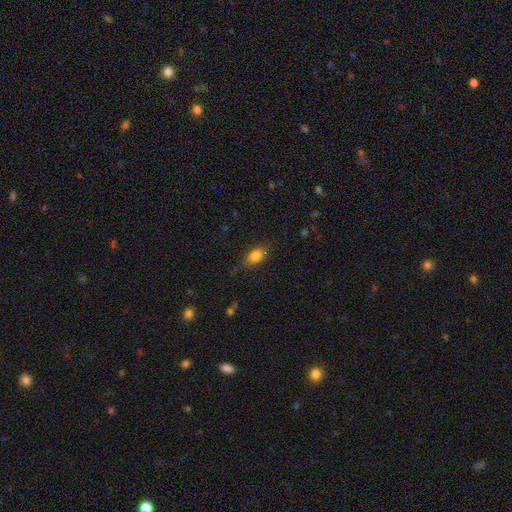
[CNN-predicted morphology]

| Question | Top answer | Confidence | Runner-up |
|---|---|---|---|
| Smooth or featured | smooth | 82% | star or artifact (10%) |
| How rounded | in between | 79% | round (16%) |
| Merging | none | 79% | minor disturbance (16%) |